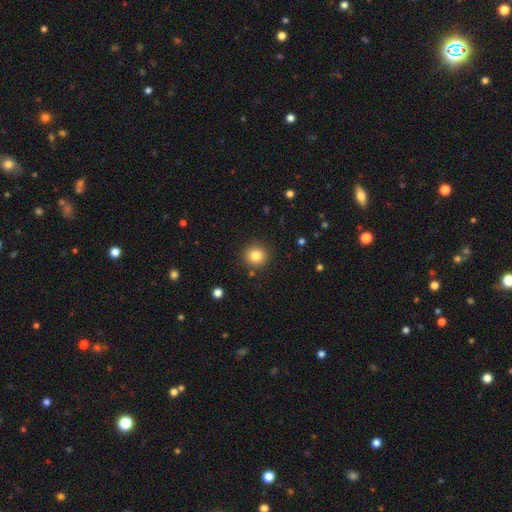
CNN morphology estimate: Smooth or featured?
  - smooth: 83% *
  - star or artifact: 11%
  - featured or disk: 6%
How rounded?
  - round: 91% *
  - in between: 8%
  - cigar-shaped: 1%
Merging?
  - none: 89% *
  - minor disturbance: 7%
  - major disturbance: 2%
  - merger: 2%